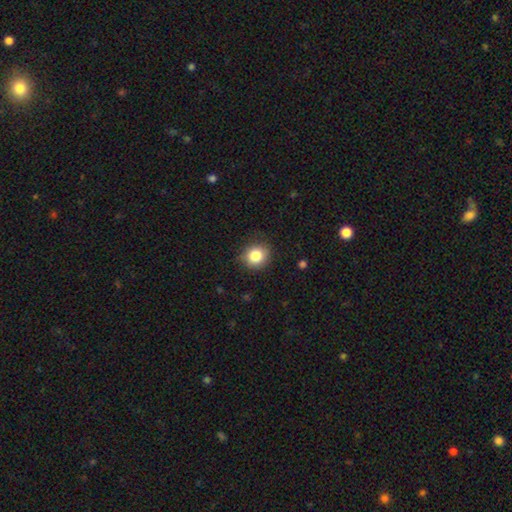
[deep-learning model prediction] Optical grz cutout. It shows a smooth galaxy with no disk features (83%) that is round (81%). Merging: none (85%).